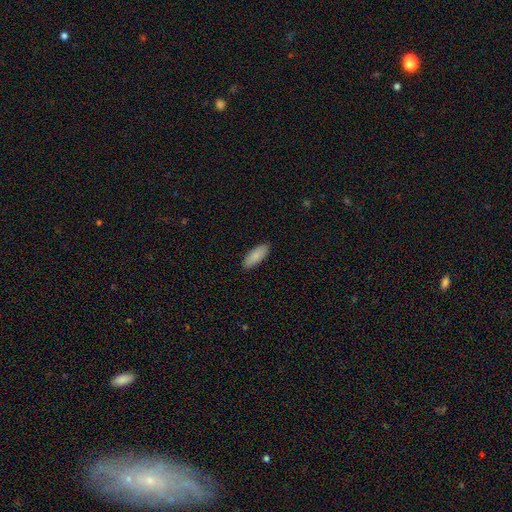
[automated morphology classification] This is clearly a smooth galaxy (88%). How rounded: likely in between (77%). Merging: clearly none (89%).